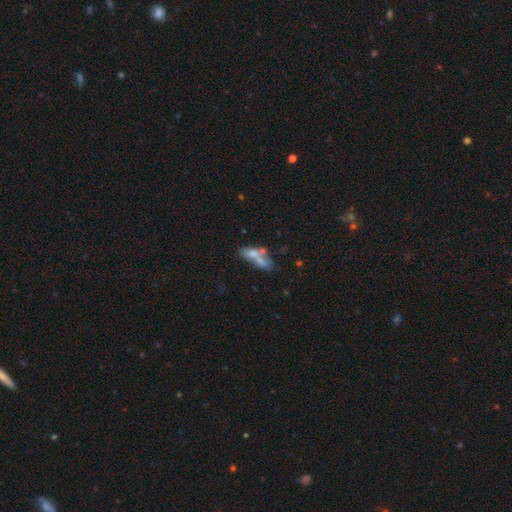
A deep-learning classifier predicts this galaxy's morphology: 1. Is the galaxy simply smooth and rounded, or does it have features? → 54% smooth, 35% featured or disk, 11% star or artifact.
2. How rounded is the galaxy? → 65% in between, 29% cigar-shaped, 7% round.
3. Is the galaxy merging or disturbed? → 50% merger, 25% none, 12% major disturbance, 12% minor disturbance.